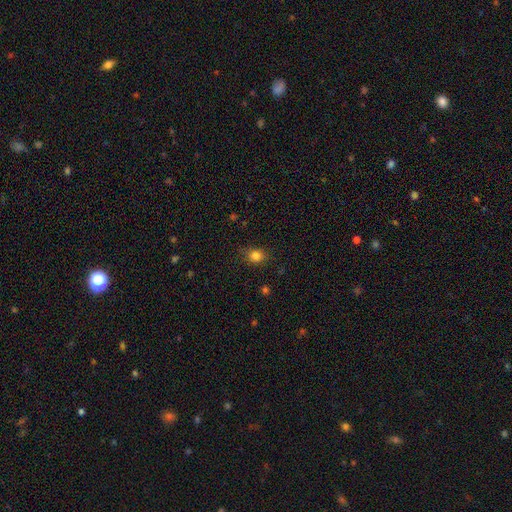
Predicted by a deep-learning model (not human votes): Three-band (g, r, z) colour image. It shows a smooth galaxy with no disk features (83%) that is round (66%). Merging: none (80%).